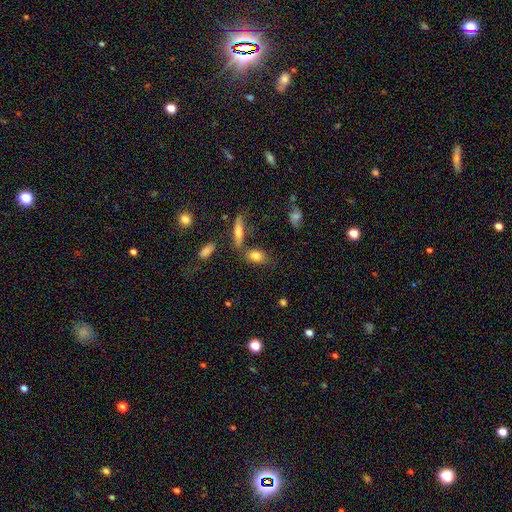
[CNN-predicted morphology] A smooth galaxy with no disk features (80%) that is in between round and cigar-shaped (82%). Merging: none (69%).